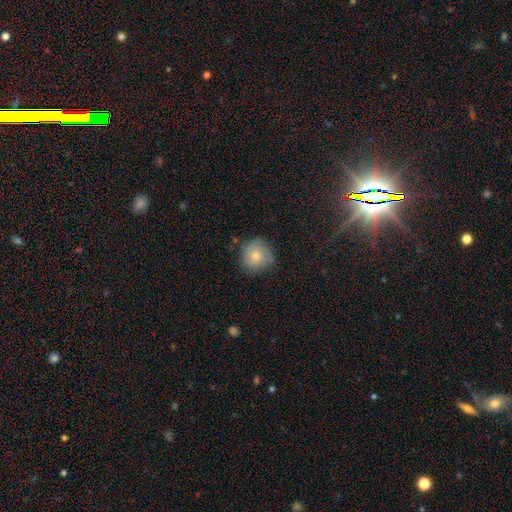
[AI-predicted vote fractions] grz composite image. It shows a smooth galaxy with no disk features (66%) that is round (90%). Merging: none (69%).